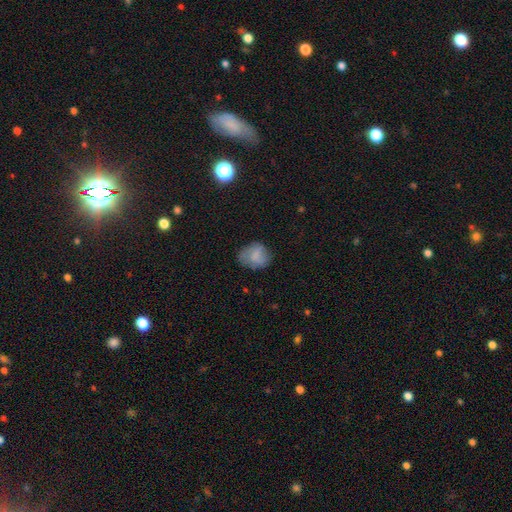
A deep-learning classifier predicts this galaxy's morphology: Smooth or featured? Predicted: smooth (p=0.71). How rounded? Predicted: round (p=0.51). Merging? Predicted: none (p=0.62).